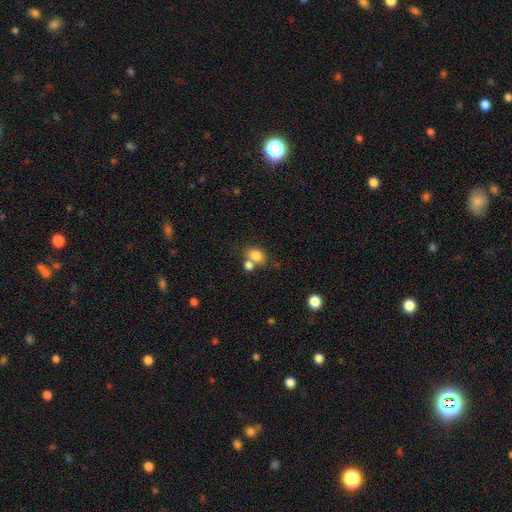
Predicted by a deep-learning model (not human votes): Overall: smooth (81%). How rounded: in between (61%; round 38%). Merging: none (44%; merger 39%).